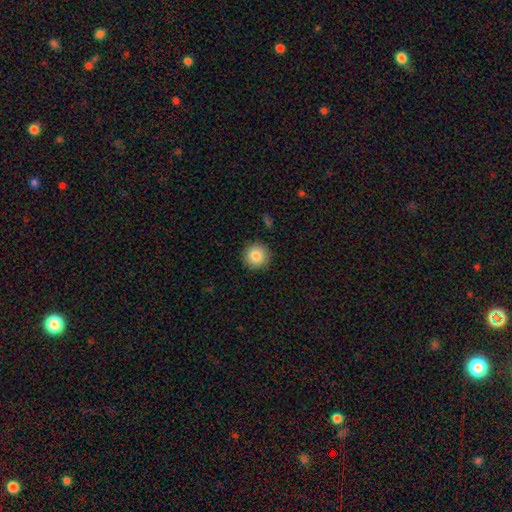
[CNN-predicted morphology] Smooth or featured: smooth — 85% (star or artifact — 9%)
How rounded: round — 95% (in between — 5%)
Merging: none — 91% (minor disturbance — 6%)